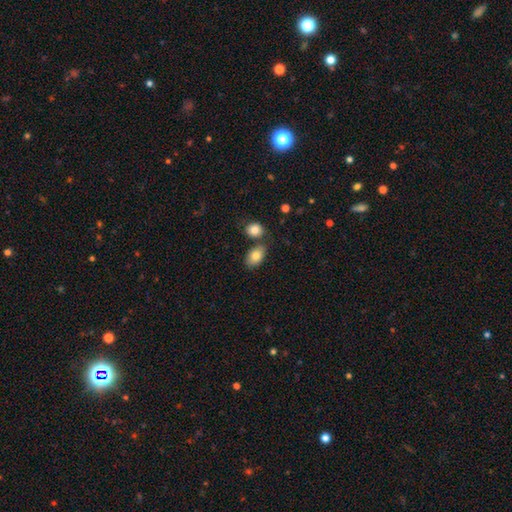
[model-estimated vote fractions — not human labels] Smooth or featured? Predicted: smooth (p=0.82). How rounded? Predicted: in between (p=0.88). Merging? Predicted: none (p=0.64).